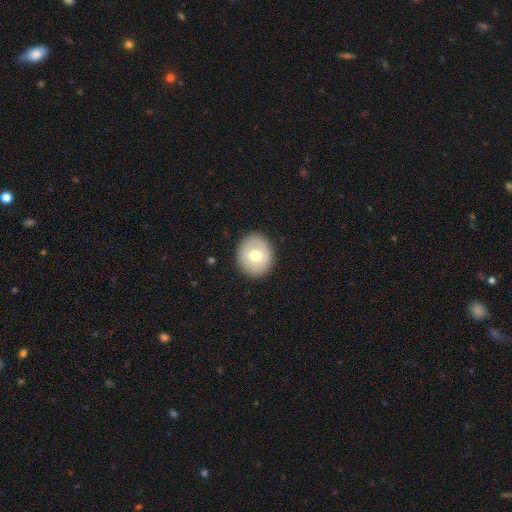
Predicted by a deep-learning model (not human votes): Overall: smooth (63%; featured or disk 30%). How rounded: round (72%). Merging: none (88%).